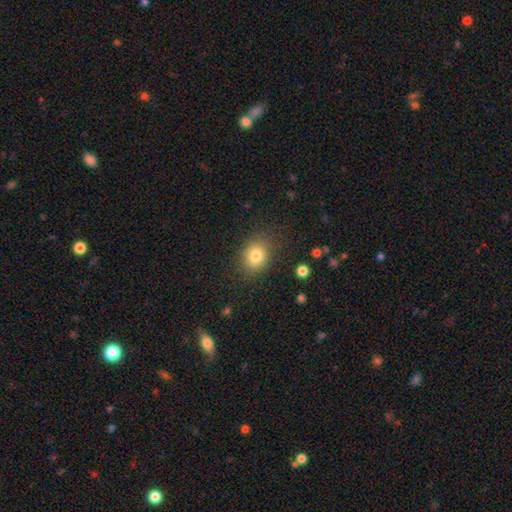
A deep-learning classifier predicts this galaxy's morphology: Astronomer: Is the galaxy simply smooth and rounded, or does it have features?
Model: smooth — 81%.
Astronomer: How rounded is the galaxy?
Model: round — 60% (runner-up: in between, 40%).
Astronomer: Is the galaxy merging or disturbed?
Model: none — 83%.